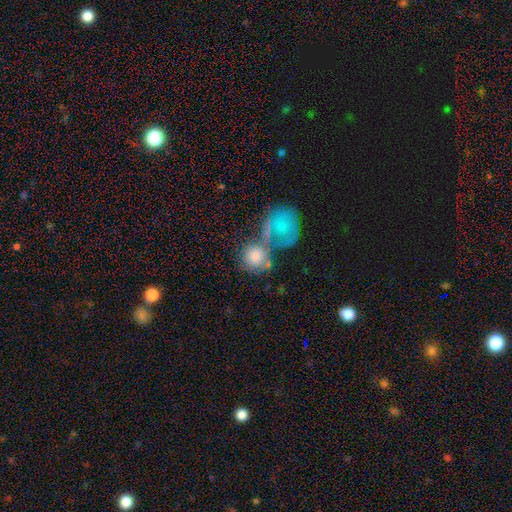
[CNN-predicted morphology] Smooth or featured?
  - smooth: 72% *
  - featured or disk: 17%
  - star or artifact: 10%
How rounded?
  - round: 83% *
  - in between: 16%
  - cigar-shaped: 1%
Merging?
  - merger: 44% *
  - none: 36%
  - minor disturbance: 11%
  - major disturbance: 9%